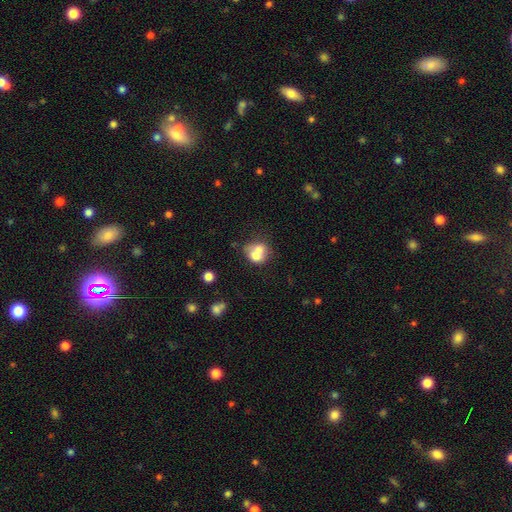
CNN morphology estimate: Smooth or featured? smooth (65%)
How rounded? round (59%)
Merging? merger (66%)